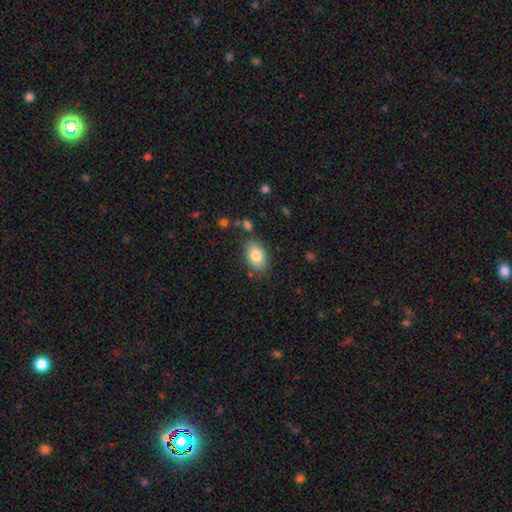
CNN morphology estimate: Smooth or featured? smooth (83%)
How rounded? in between (91%)
Merging? none (80%)